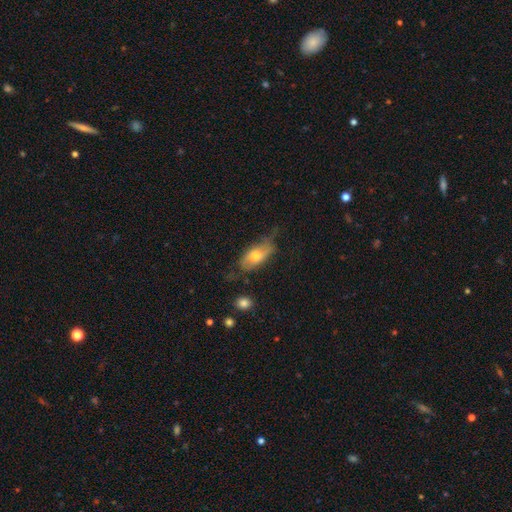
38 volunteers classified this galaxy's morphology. Smooth or featured: smooth — 66% (featured or disk — 26%)
How rounded: in between — 76% (cigar-shaped — 20%)
Merging: minor disturbance — 46% (none — 31%)